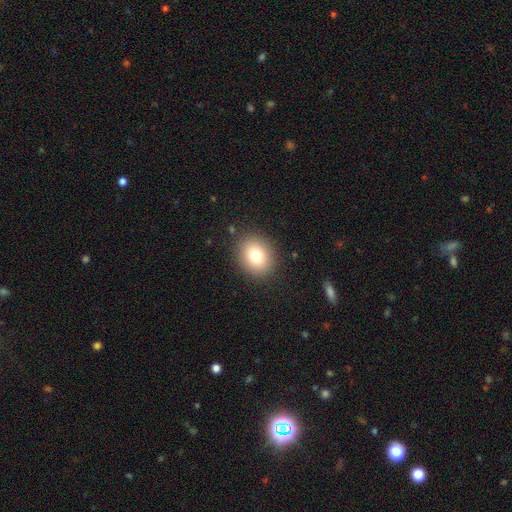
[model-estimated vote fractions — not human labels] smooth-or-featured: smooth: 77% | featured or disk: 11% | star or artifact: 11%
  how-rounded: round: 61% | in between: 38% | cigar-shaped: 1%
  merging: none: 88% | minor disturbance: 8% | major disturbance: 3% | merger: 1%